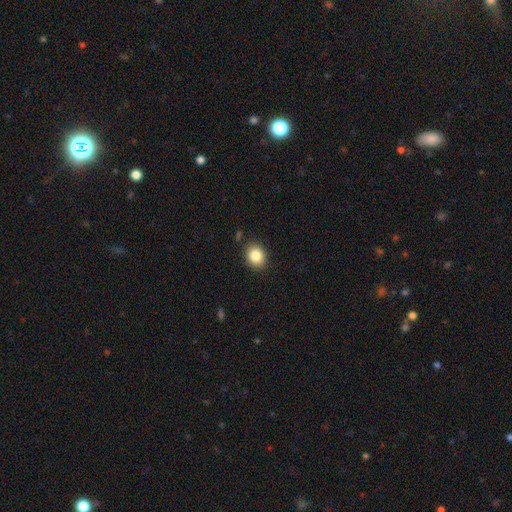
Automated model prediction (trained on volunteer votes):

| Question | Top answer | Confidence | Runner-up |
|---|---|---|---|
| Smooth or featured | smooth | 85% | star or artifact (9%) |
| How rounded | round | 63% | in between (37%) |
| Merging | none | 88% | minor disturbance (8%) |